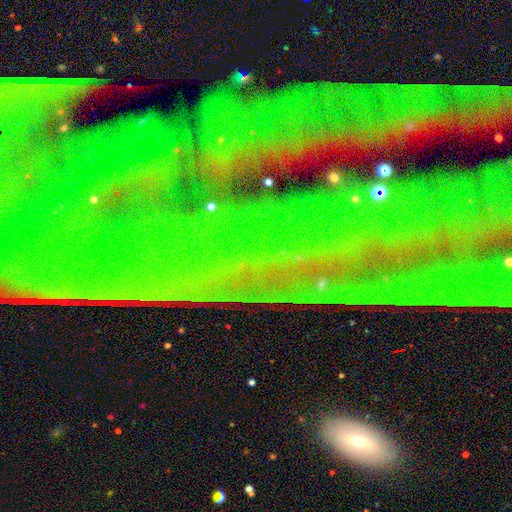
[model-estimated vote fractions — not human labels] The model was most divided on "smooth or featured": star or artifact: 74%, featured or disk: 15%, smooth: 11%.